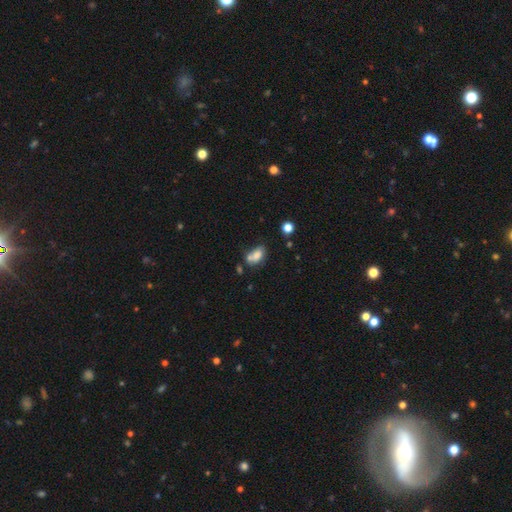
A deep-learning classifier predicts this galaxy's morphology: smooth-or-featured: smooth: 74% | featured or disk: 15% | star or artifact: 11%
  how-rounded: in between: 85% | round: 12% | cigar-shaped: 3%
  merging: merger: 36% | none: 33% | minor disturbance: 20% | major disturbance: 11%